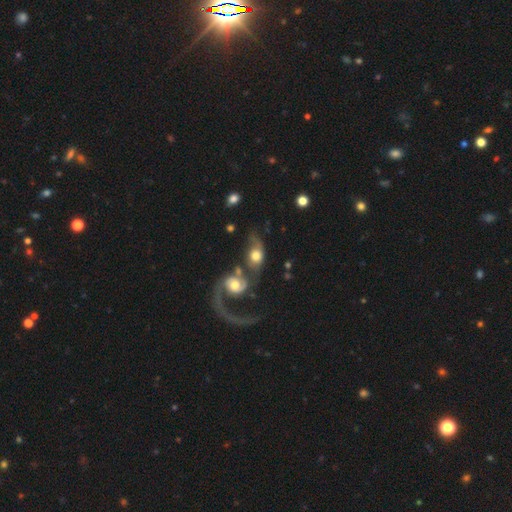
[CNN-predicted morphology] The model was most divided on "smooth or featured": featured or disk: 47%, smooth: 46%, star or artifact: 8%. Remaining: merging — merger (45%).